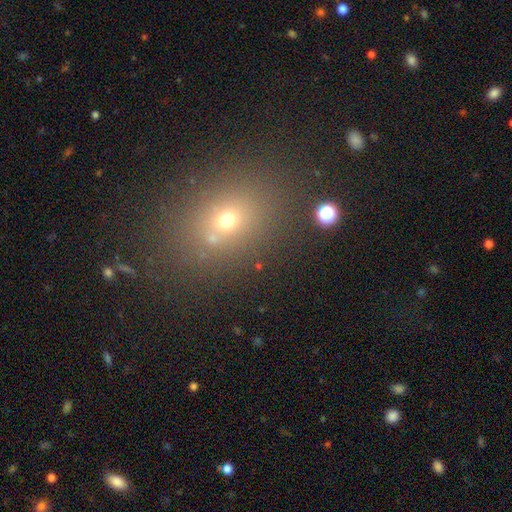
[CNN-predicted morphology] A smooth galaxy with no disk features (54%) that is in between round and cigar-shaped (58%).

Vote fractions:
- Smooth or featured? smooth: 54% / star or artifact: 33% / featured or disk: 13%
- How rounded? in between: 58% / round: 40% / cigar-shaped: 2%
- Merging? none: 82% / minor disturbance: 9% / merger: 5% / major disturbance: 4%